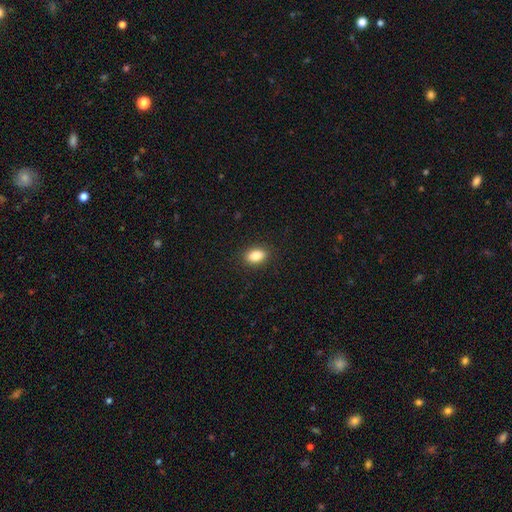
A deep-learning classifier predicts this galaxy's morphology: Smooth or featured?
  - smooth: 85% *
  - star or artifact: 9%
  - featured or disk: 6%
How rounded?
  - in between: 83% *
  - round: 14%
  - cigar-shaped: 2%
Merging?
  - none: 90% *
  - minor disturbance: 8%
  - major disturbance: 2%
  - merger: 1%